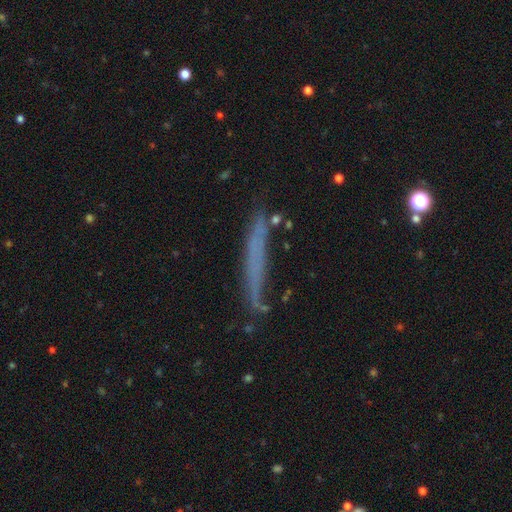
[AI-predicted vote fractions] A smooth galaxy with no disk features (52%) that is cigar-shaped (94%).

Vote fractions:
- Smooth or featured? smooth: 52% / featured or disk: 35% / star or artifact: 12%
- How rounded? cigar-shaped: 94% / in between: 4% / round: 2%
- Merging? none: 70% / minor disturbance: 20% / major disturbance: 7% / merger: 4%